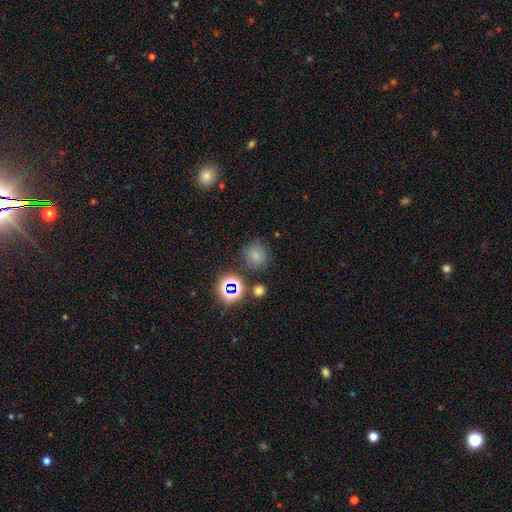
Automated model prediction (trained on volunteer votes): Overall: smooth (70%). How rounded: round (90%). Merging: none (80%).